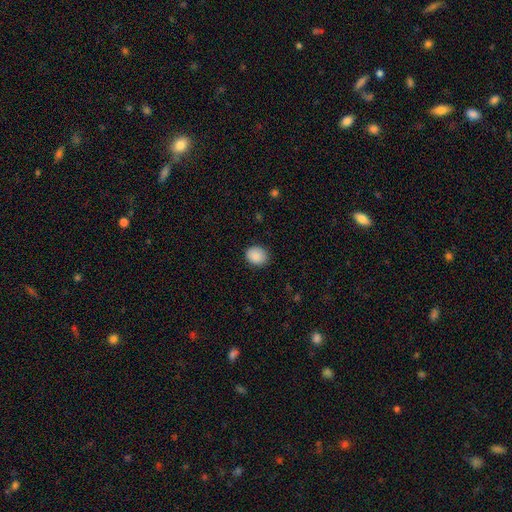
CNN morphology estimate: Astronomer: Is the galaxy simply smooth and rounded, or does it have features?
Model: smooth — 89%.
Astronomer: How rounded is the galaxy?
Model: round — 59% (runner-up: in between, 40%).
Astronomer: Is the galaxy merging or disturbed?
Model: none — 85%.